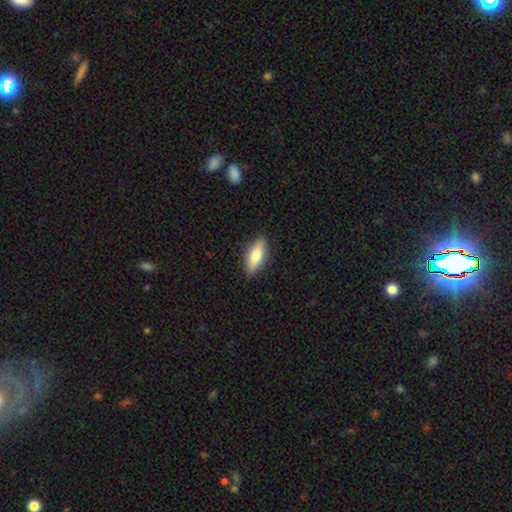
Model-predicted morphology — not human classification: Smooth or featured? smooth (61%)
How rounded? in between (57%)
Merging? none (87%)